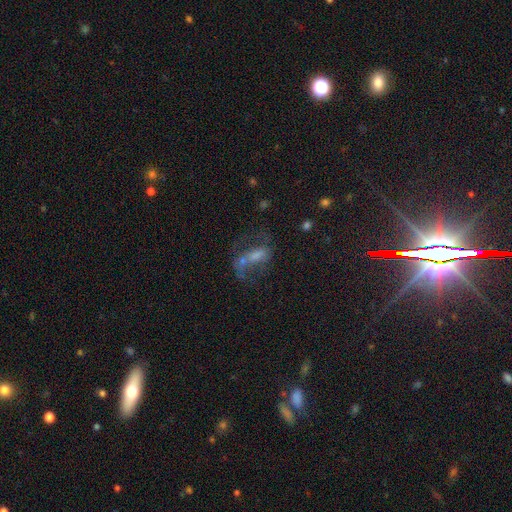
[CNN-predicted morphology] A featured or disk galaxy (50%).

Vote fractions:
- Smooth or featured? featured or disk: 50% / smooth: 26% / star or artifact: 23%
- Edge-on disk? no: 91% / yes: 9%
- Merging? none: 37% / major disturbance: 28% / merger: 20% / minor disturbance: 15%